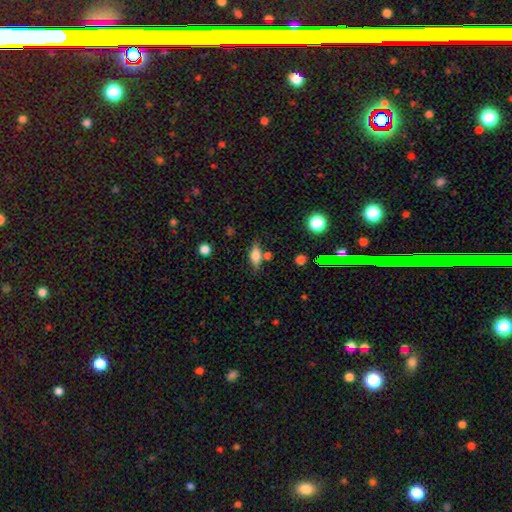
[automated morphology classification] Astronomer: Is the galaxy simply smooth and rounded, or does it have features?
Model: smooth — 71%.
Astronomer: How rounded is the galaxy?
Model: in between — 73%.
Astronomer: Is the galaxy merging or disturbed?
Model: none — 68%.